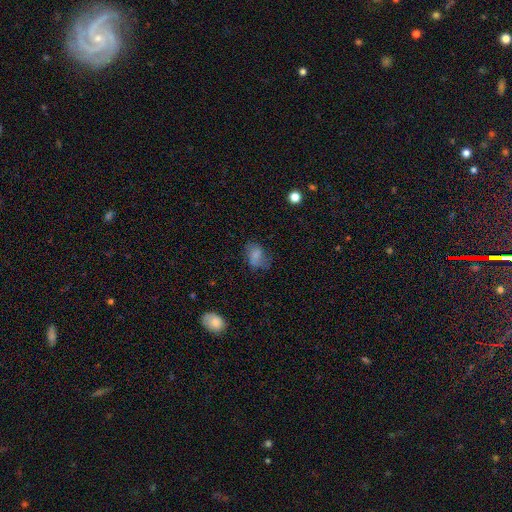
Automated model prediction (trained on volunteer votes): smooth-or-featured: smooth: 70% | featured or disk: 19% | star or artifact: 11%
  how-rounded: in between: 81% | round: 18% | cigar-shaped: 2%
  merging: none: 50% | minor disturbance: 29% | major disturbance: 19% | merger: 2%